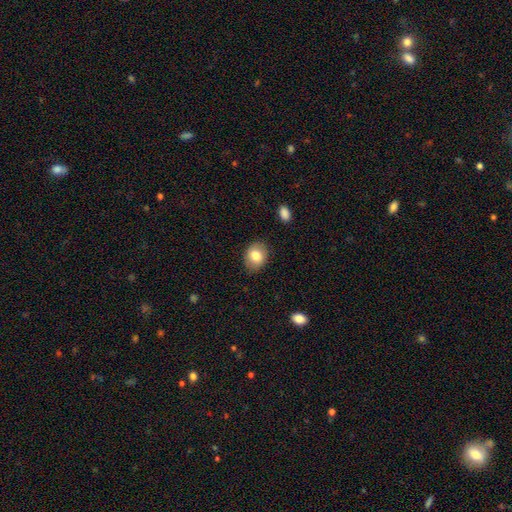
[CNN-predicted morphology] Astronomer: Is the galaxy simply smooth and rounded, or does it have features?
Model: smooth — 80%.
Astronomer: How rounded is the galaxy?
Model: in between — 57% (runner-up: round, 42%).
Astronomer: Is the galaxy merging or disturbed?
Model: none — 85%.